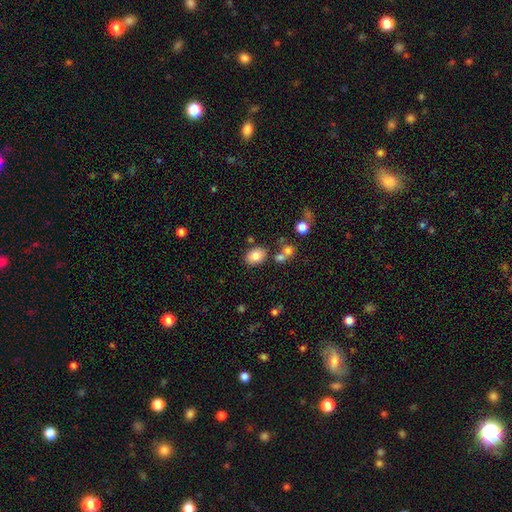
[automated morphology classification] smooth-or-featured: smooth: 82% | star or artifact: 9% | featured or disk: 9%
  how-rounded: in between: 76% | round: 23% | cigar-shaped: 1%
  merging: none: 76% | minor disturbance: 11% | merger: 9% | major disturbance: 4%